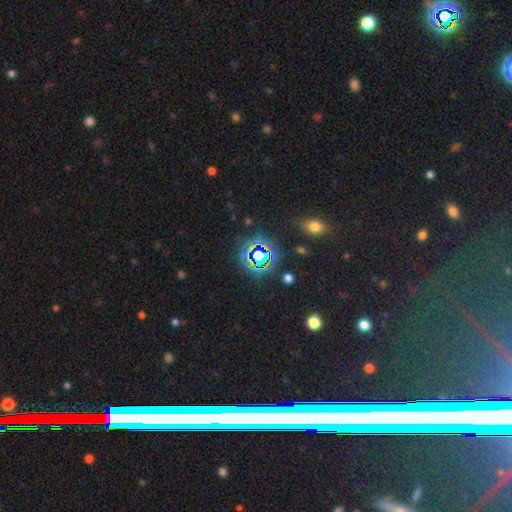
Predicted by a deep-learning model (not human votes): The model was most divided on "smooth or featured": star or artifact: 70%, smooth: 19%, featured or disk: 10%.